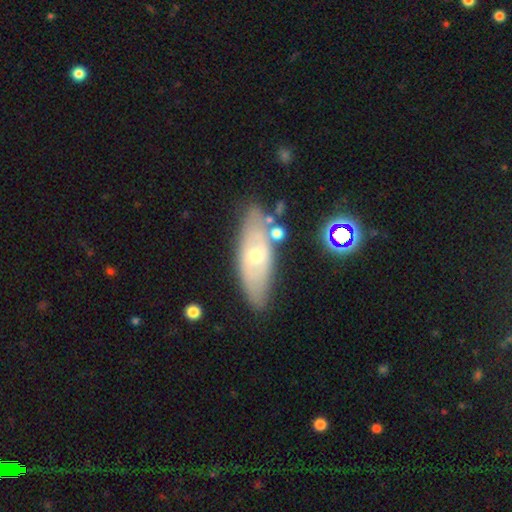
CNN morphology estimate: type=featured or disk (54%); edge-on=no (73%); merging=none (73%).